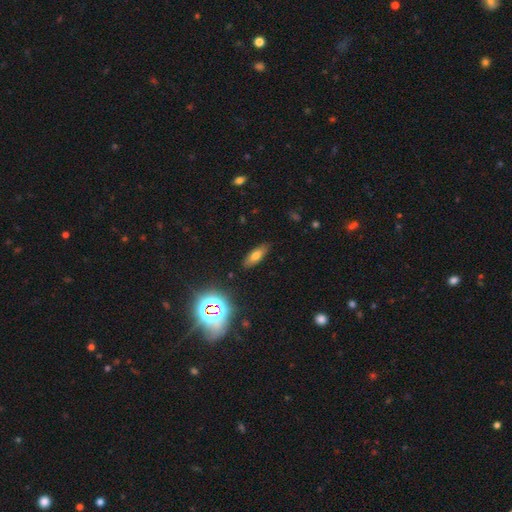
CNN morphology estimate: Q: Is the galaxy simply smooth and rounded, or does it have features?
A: smooth — 66%.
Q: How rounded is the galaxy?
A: in between — 72%.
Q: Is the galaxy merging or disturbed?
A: none — 85%.